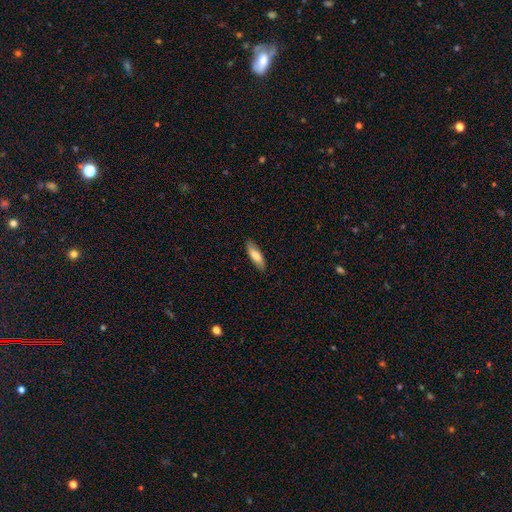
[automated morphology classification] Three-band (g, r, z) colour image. It shows a smooth galaxy with no disk features (77%) that is in between round and cigar-shaped (53%). Merging: none (87%).